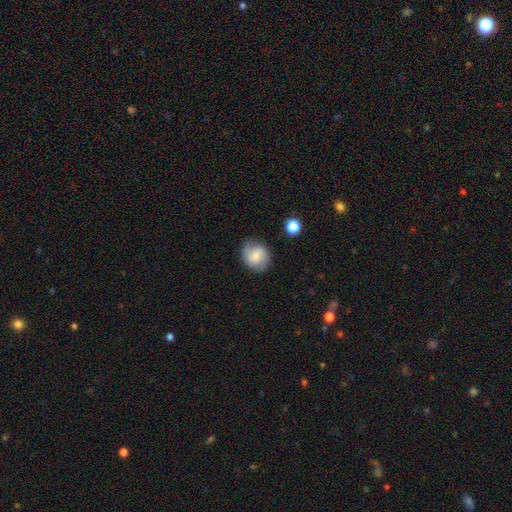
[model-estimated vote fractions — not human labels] A smooth galaxy with no disk features (59%) that is round (70%). Merging: none (76%).